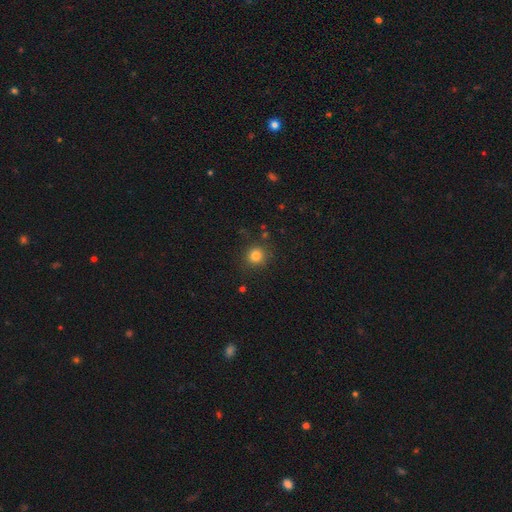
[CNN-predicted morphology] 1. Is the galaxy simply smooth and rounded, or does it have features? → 81% smooth, 14% star or artifact, 6% featured or disk.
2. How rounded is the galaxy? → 91% round, 8% in between, 1% cigar-shaped.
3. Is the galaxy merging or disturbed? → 87% none, 8% minor disturbance, 3% major disturbance, 2% merger.